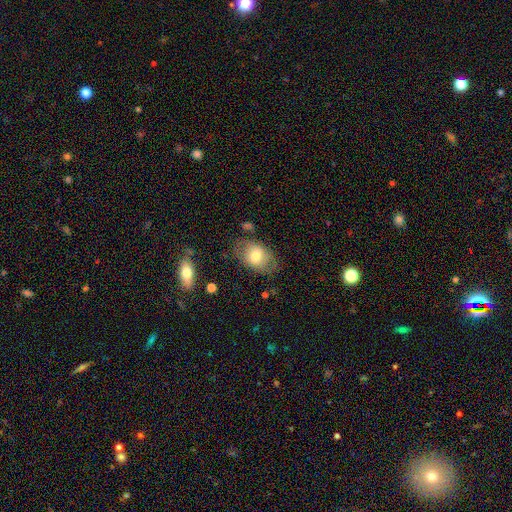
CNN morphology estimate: A smooth galaxy with no disk features (69%) that is in between round and cigar-shaped (79%).

Vote fractions:
- Smooth or featured? smooth: 69% / featured or disk: 24% / star or artifact: 8%
- How rounded? in between: 79% / round: 20% / cigar-shaped: 1%
- Merging? none: 68% / minor disturbance: 21% / major disturbance: 8% / merger: 3%